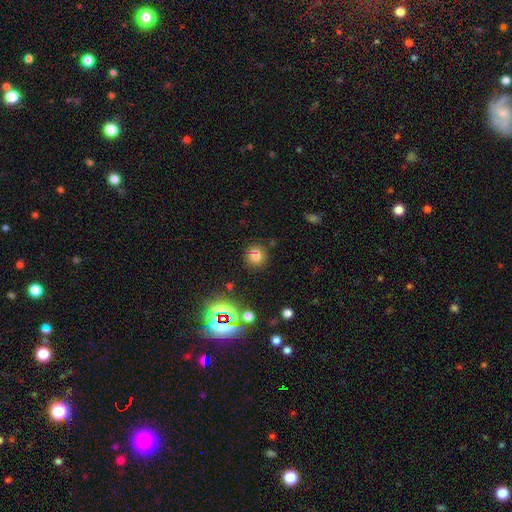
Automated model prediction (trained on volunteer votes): Morphology: type=smooth (74%); roundness=round (91%); merging=none (86%).